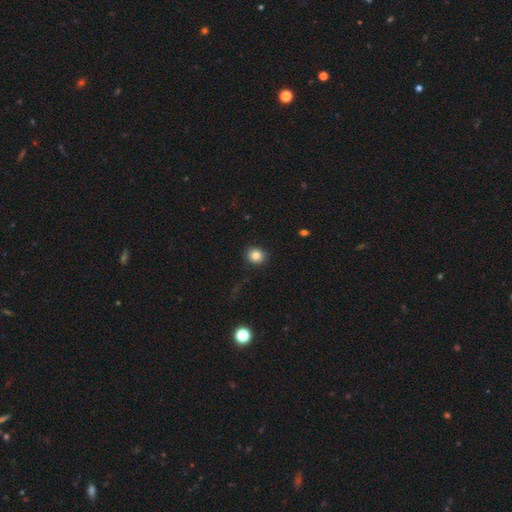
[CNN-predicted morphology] smooth_or_featured: smooth (p=0.83) [alt: star or artifact p=0.11]
how_rounded: round (p=0.75) [alt: in between p=0.24]
merging: none (p=0.89) [alt: minor disturbance p=0.07]